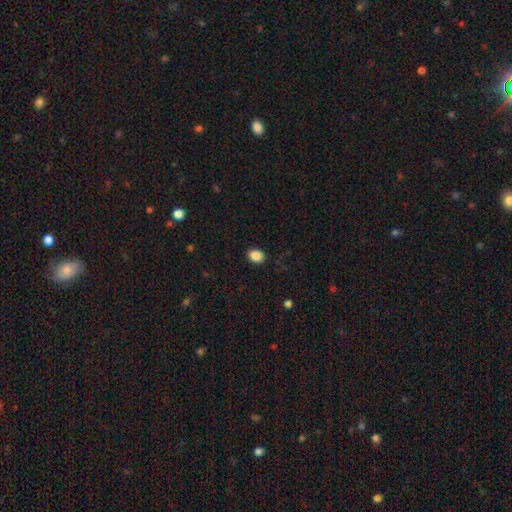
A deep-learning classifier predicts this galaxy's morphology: Smooth or featured? smooth (88%)
How rounded? in between (57%)
Merging? none (90%)